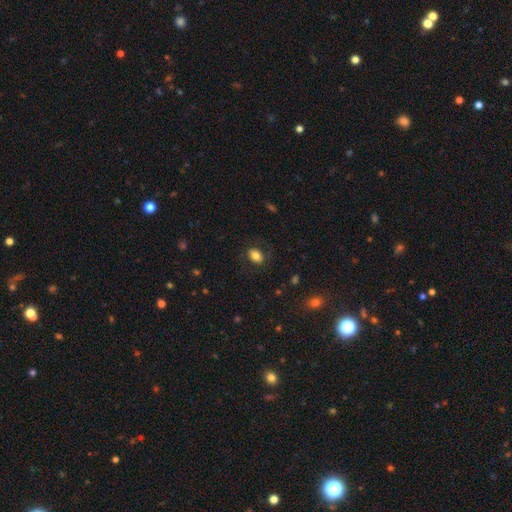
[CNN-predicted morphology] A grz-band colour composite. It shows a smooth galaxy with no disk features (79%) that is in between round and cigar-shaped (79%). Merging: none (79%).